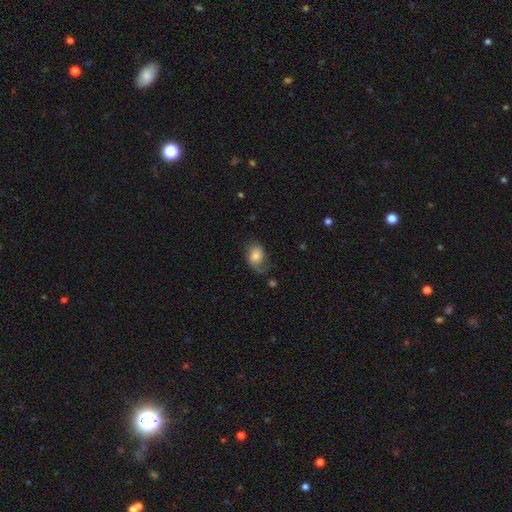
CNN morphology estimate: Smooth or featured: smooth — 69% (featured or disk — 22%)
How rounded: in between — 69% (round — 30%)
Merging: none — 49% (minor disturbance — 30%)